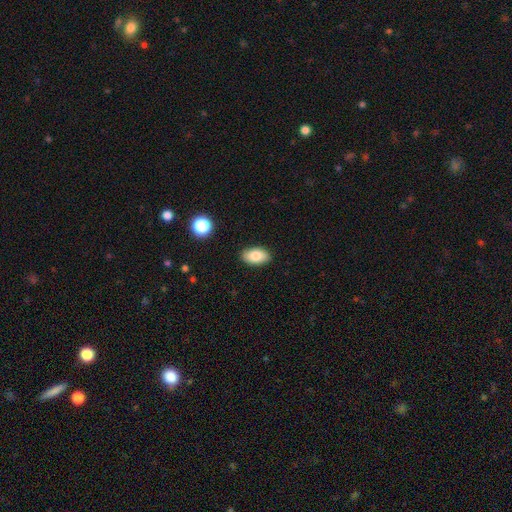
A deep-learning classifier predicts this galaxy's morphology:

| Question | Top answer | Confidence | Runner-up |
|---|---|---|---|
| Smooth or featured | smooth | 83% | featured or disk (9%) |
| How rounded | in between | 93% | round (5%) |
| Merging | none | 88% | minor disturbance (9%) |